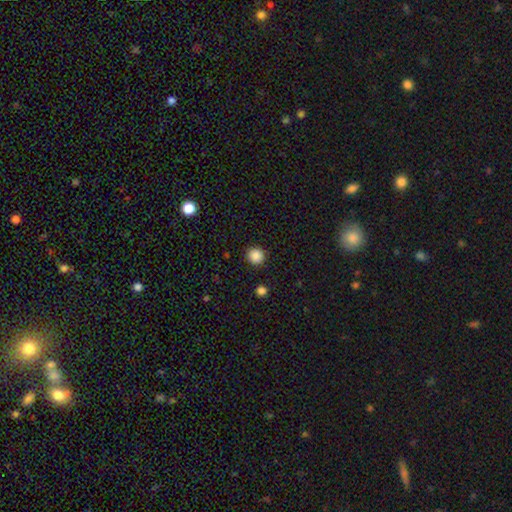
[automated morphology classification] Smooth or featured?
  - smooth: 87% *
  - star or artifact: 10%
  - featured or disk: 3%
How rounded?
  - round: 94% *
  - in between: 5%
  - cigar-shaped: 1%
Merging?
  - none: 92% *
  - minor disturbance: 5%
  - major disturbance: 2%
  - merger: 1%